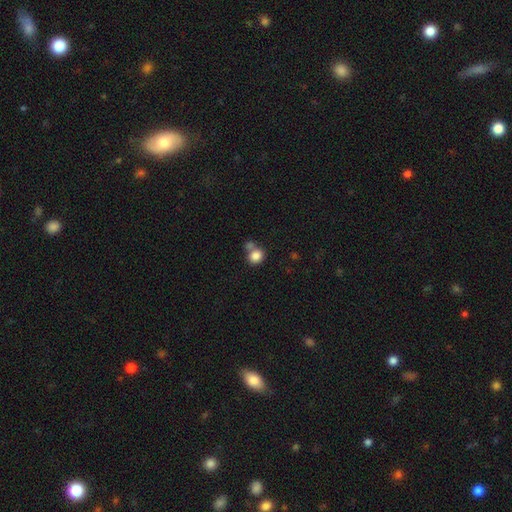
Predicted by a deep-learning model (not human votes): Morphology: type=smooth (84%); roundness=round (78%); merging=none (53%).